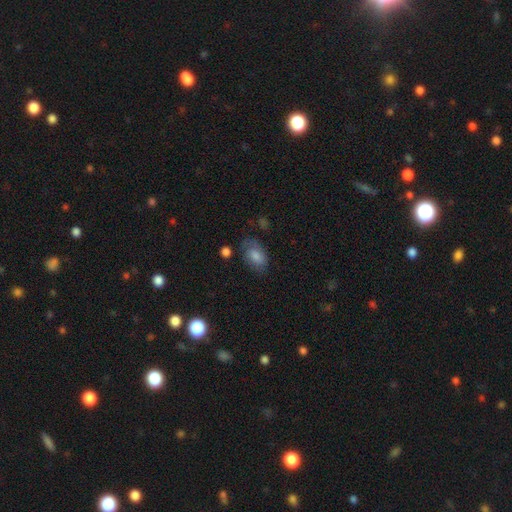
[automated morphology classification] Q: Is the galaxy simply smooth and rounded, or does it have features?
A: smooth — 59%.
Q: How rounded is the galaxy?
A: in between — 86%.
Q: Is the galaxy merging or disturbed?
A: none — 64%.